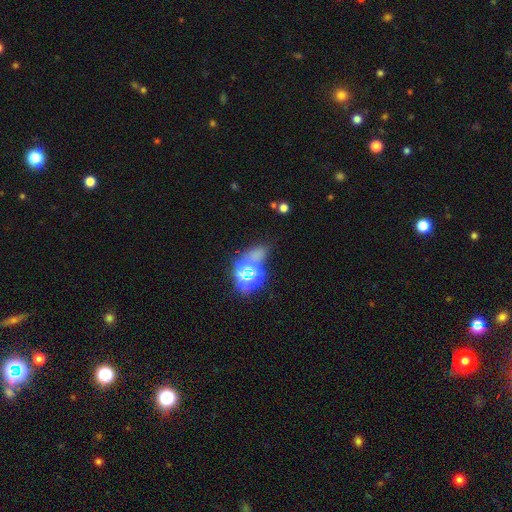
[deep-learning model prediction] Smooth or featured? star or artifact (52%)